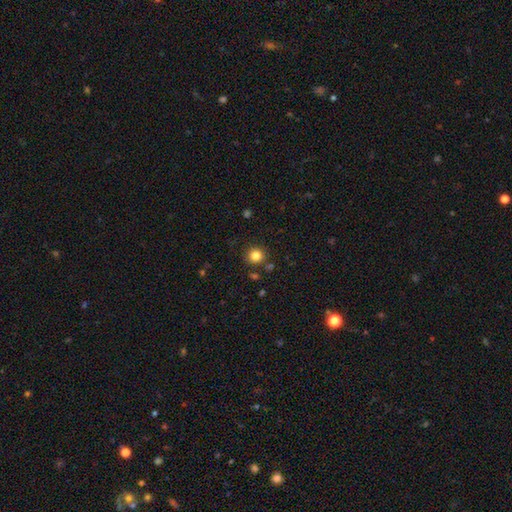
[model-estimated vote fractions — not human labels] Smooth or featured? smooth (83%)
How rounded? round (92%)
Merging? none (86%)